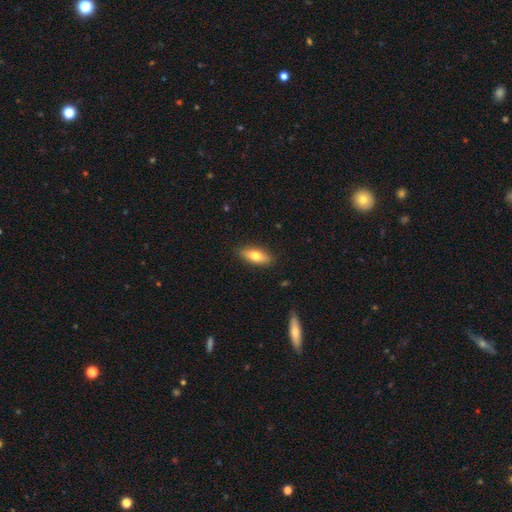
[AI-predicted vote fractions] Smooth or featured? Predicted: smooth (p=0.73). How rounded? Predicted: in between (p=0.77). Merging? Predicted: none (p=0.87).